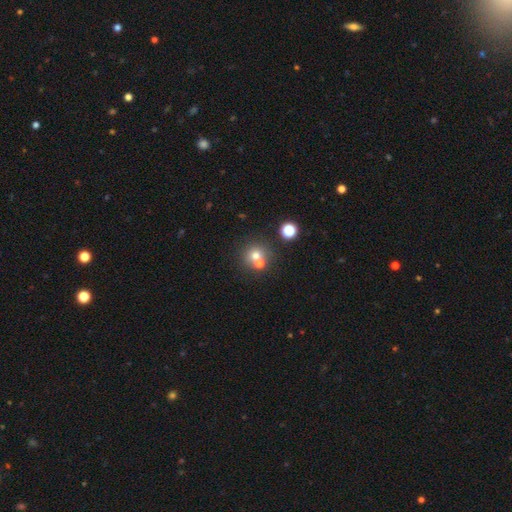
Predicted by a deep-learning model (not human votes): Overall: smooth (68%). How rounded: round (89%). Merging: none (55%; merger 35%).